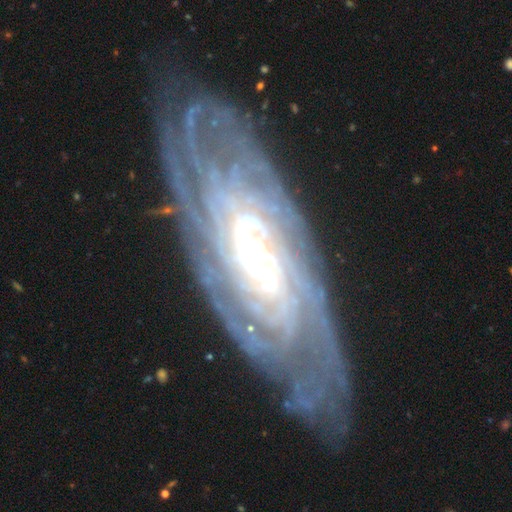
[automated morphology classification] type=featured or disk (89%); edge-on=no (89%); bar=no (45%); spiral arms=yes (97%); winding=tight (79%); arm count=can't tell (30%); bulge=small (47%); merging=none (78%).